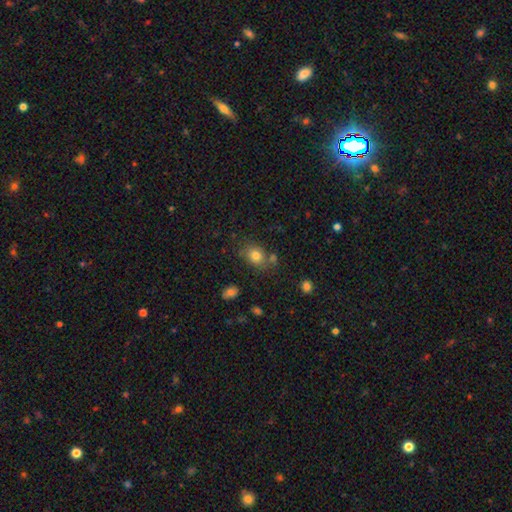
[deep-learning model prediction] Q: Smooth or featured?
A: smooth (79%); runner-up: star or artifact (12%)
Q: How rounded?
A: in between (56%); runner-up: round (43%)
Q: Merging?
A: none (69%); runner-up: minor disturbance (16%)